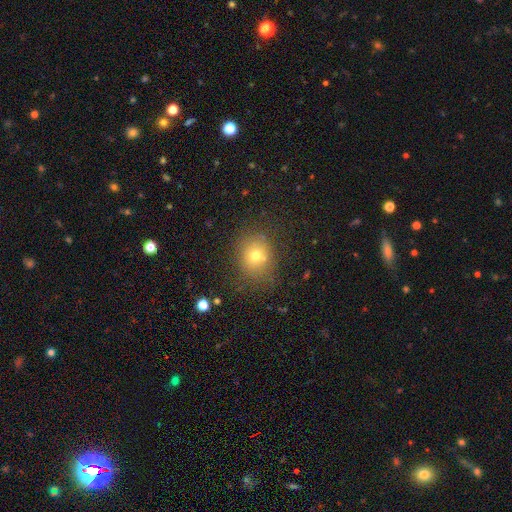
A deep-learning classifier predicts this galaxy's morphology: This is likely a smooth galaxy (69%). How rounded: likely round (73%). Merging: likely none (74%).